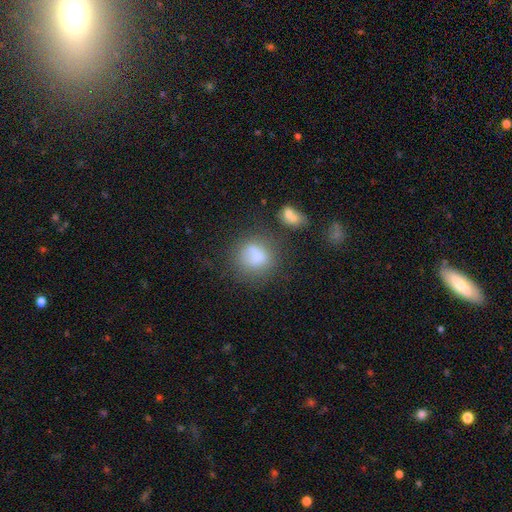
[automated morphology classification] smooth-or-featured: smooth: 75% | featured or disk: 13% | star or artifact: 11%
  how-rounded: round: 72% | in between: 26% | cigar-shaped: 2%
  merging: none: 54% | minor disturbance: 22% | major disturbance: 15% | merger: 10%